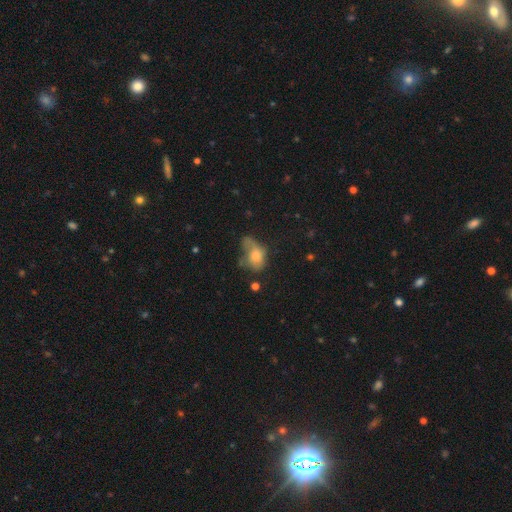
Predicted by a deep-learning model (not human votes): smooth 66%, featured or disk 24%, star or artifact 10%. Down the decision tree: how rounded — in between (78%); merging — major disturbance (39%).